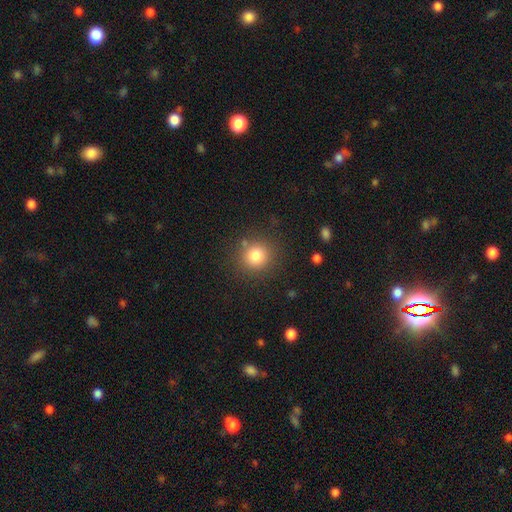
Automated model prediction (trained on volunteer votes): smooth-or-featured: smooth: 81% | star or artifact: 13% | featured or disk: 7%
  how-rounded: round: 91% | in between: 8% | cigar-shaped: 1%
  merging: none: 84% | minor disturbance: 9% | major disturbance: 4% | merger: 3%